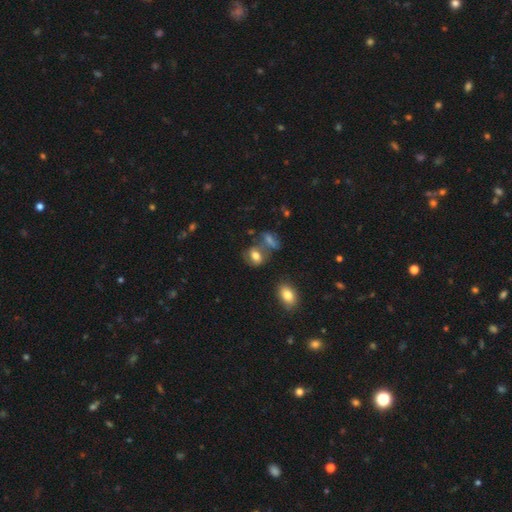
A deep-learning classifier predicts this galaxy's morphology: This appears to be a smooth galaxy with no disk features (63%) that is in between round and cigar-shaped (68%). Merging: none (46%).